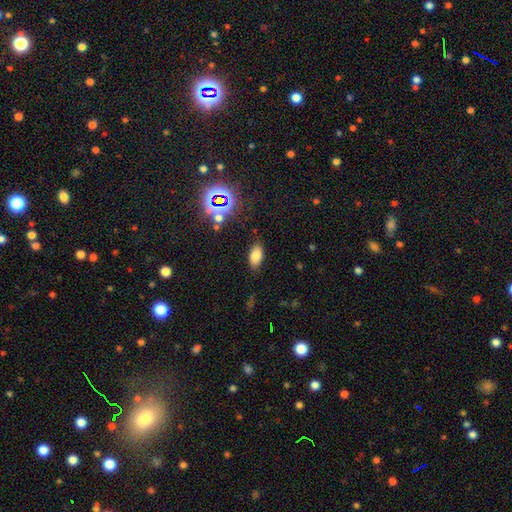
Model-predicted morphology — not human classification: Smooth or featured? Predicted: smooth (p=0.77). How rounded? Predicted: in between (p=0.92). Merging? Predicted: none (p=0.82).